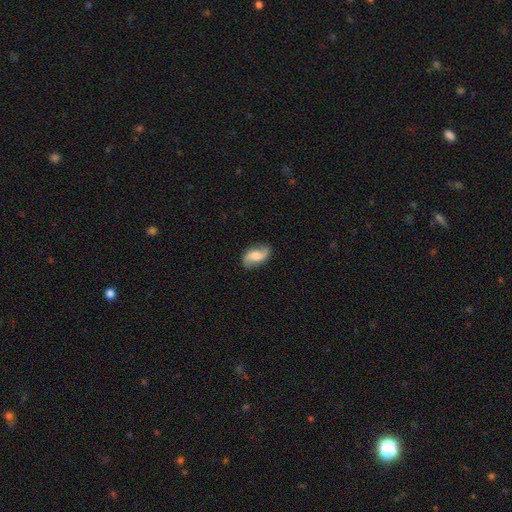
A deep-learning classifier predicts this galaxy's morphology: This appears to be a featured or disk galaxy (70%) with no bar (53%), 2 (93%) loose (67%) spiral arms (95%) and a moderate central bulge (43%). Merging: none (83%).